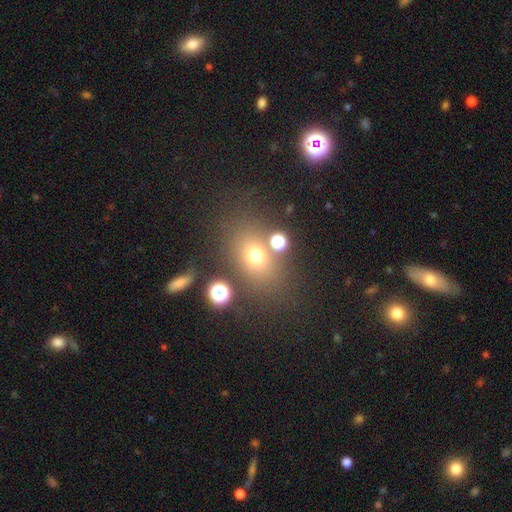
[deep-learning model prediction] Smooth or featured? smooth (66%)
How rounded? in between (63%)
Merging? none (69%)